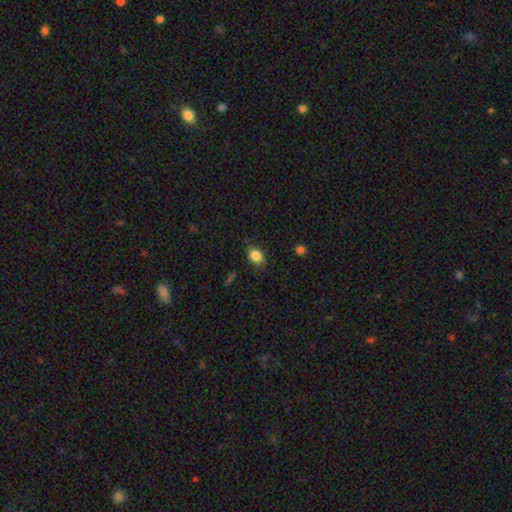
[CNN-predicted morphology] This appears to be a smooth galaxy with no disk features (85%) that is in between round and cigar-shaped (56%). Merging: none (75%).